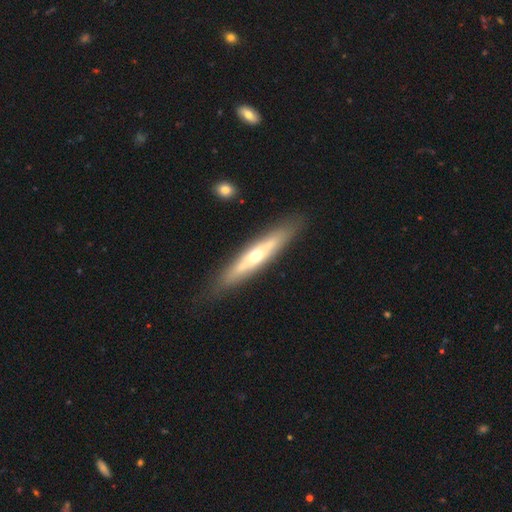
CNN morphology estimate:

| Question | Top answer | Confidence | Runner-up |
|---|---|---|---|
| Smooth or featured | featured or disk | 61% | smooth (34%) |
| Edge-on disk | yes | 75% | no (25%) |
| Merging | none | 85% | minor disturbance (11%) |